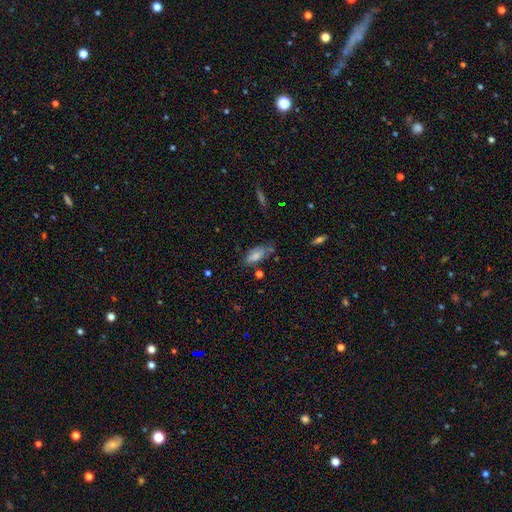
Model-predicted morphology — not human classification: A smooth galaxy with no disk features (78%) that is in between round and cigar-shaped (86%).

Vote fractions:
- Smooth or featured? smooth: 78% / featured or disk: 14% / star or artifact: 8%
- How rounded? in between: 86% / cigar-shaped: 11% / round: 3%
- Merging? none: 58% / minor disturbance: 26% / merger: 8% / major disturbance: 8%